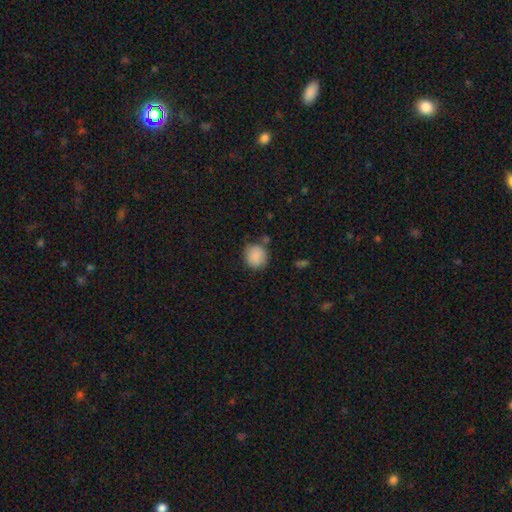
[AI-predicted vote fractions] Smooth or featured: smooth — 88% (star or artifact — 8%)
How rounded: round — 86% (in between — 13%)
Merging: none — 75% (minor disturbance — 15%)